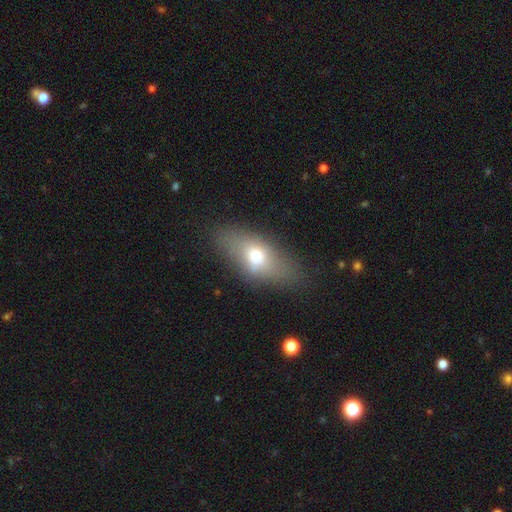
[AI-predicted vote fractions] A smooth galaxy with no disk features (66%) that is in between round and cigar-shaped (80%).

Vote fractions:
- Smooth or featured? smooth: 66% / featured or disk: 24% / star or artifact: 10%
- How rounded? in between: 80% / cigar-shaped: 12% / round: 8%
- Merging? none: 79% / minor disturbance: 14% / major disturbance: 6% / merger: 2%